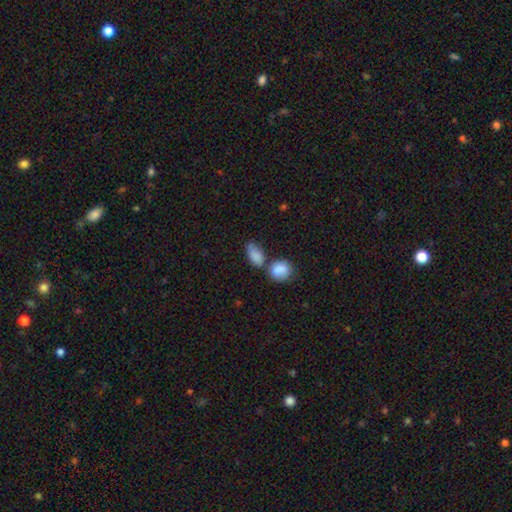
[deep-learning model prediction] This is clearly a smooth galaxy (84%). How rounded: clearly in between (86%). Merging: marginally none (40%).